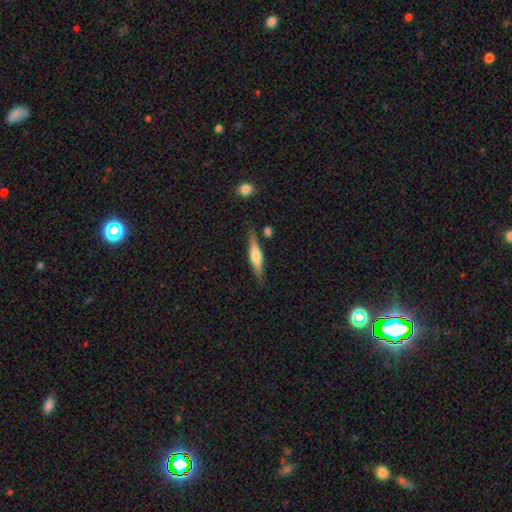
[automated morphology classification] smooth_or_featured: featured or disk (p=0.59) [alt: smooth p=0.35]
disk_edge_on: yes (p=0.95) [alt: no p=0.05]
edge_on_bulge: rounded (p=0.84) [alt: boxy p=0.11]
merging: none (p=0.82) [alt: minor disturbance p=0.12]